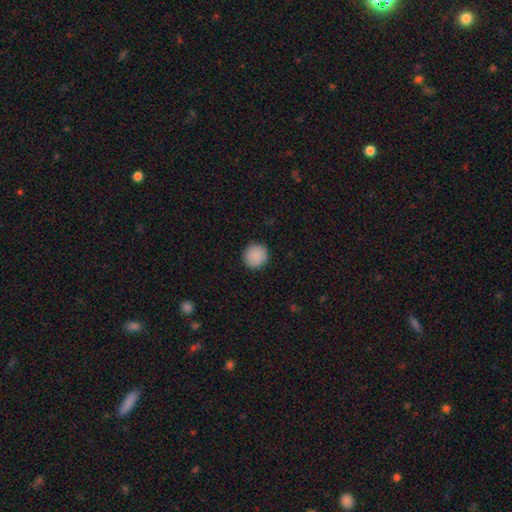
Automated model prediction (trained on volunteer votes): Q: Smooth or featured?
A: smooth (90%); runner-up: star or artifact (8%)
Q: How rounded?
A: round (94%); runner-up: in between (5%)
Q: Merging?
A: none (92%); runner-up: minor disturbance (5%)